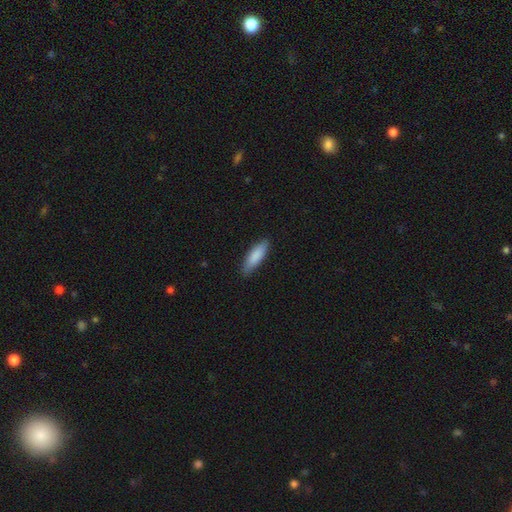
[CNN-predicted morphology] type=smooth (87%); roundness=cigar-shaped (54%); merging=none (85%).